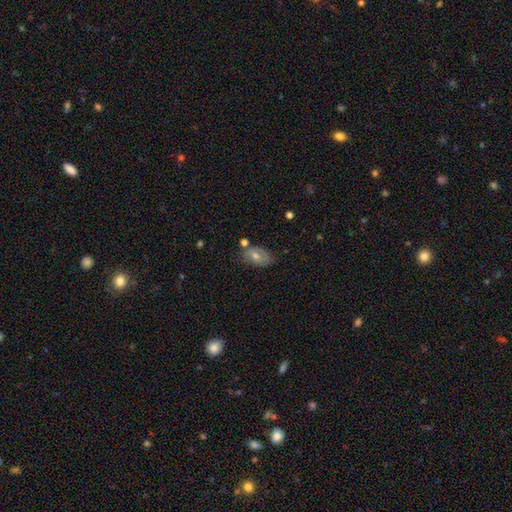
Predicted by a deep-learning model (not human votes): A smooth galaxy with no disk features (46%). Merging: none (67%).